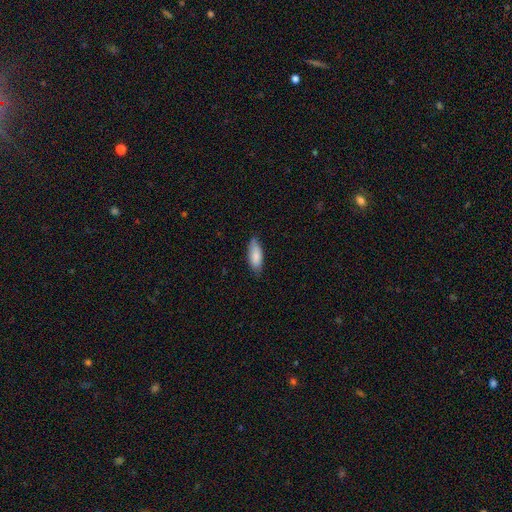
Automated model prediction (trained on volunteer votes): Smooth or featured: smooth — 85% (featured or disk — 9%)
How rounded: in between — 74% (cigar-shaped — 24%)
Merging: none — 78% (minor disturbance — 19%)